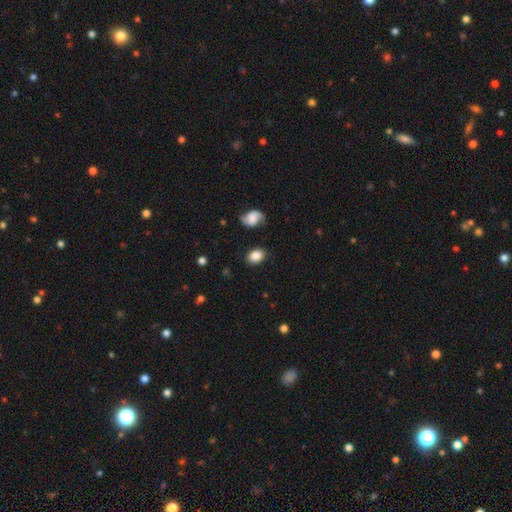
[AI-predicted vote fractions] Smooth or featured? smooth (82%)
How rounded? in between (74%)
Merging? none (82%)